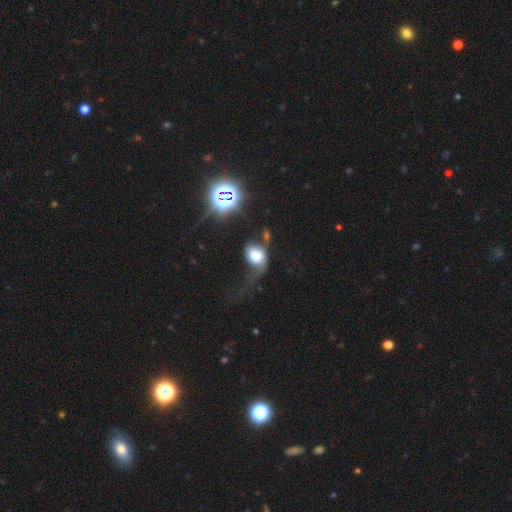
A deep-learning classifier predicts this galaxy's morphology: A smooth galaxy with no disk features (59%) that is in between round and cigar-shaped (61%). Merging: major disturbance (48%).